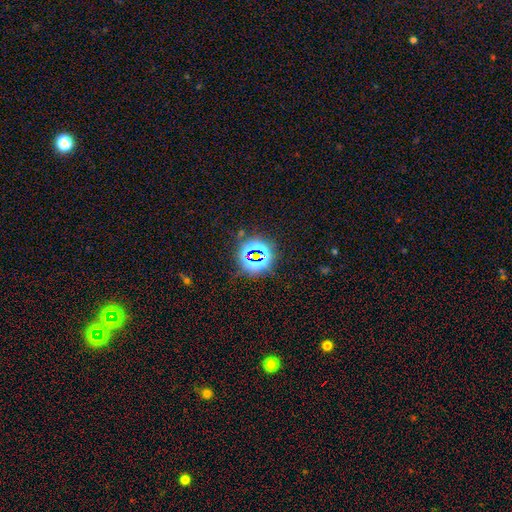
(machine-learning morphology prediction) Smooth or featured? Predicted: star or artifact (p=0.73).